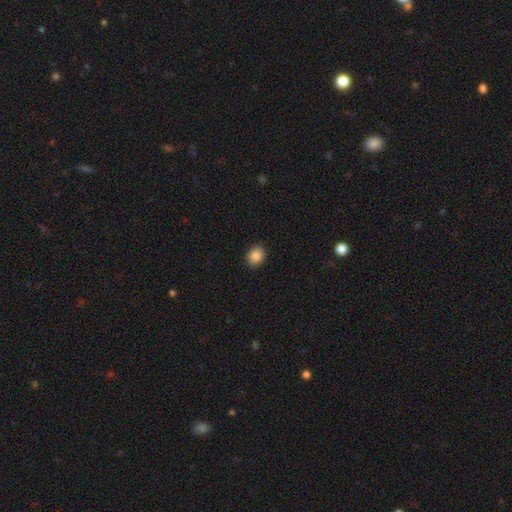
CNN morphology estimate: A smooth galaxy with no disk features (87%) that is round (54%). Merging: none (90%).